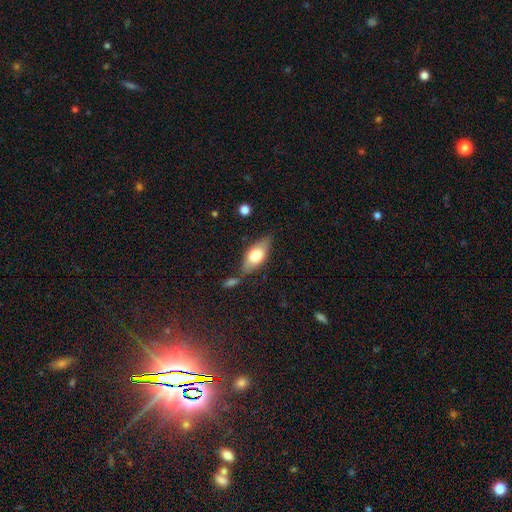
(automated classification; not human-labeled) Q: Smooth or featured?
A: smooth (63%); runner-up: featured or disk (30%)
Q: How rounded?
A: in between (81%); runner-up: cigar-shaped (15%)
Q: Merging?
A: none (67%); runner-up: minor disturbance (19%)